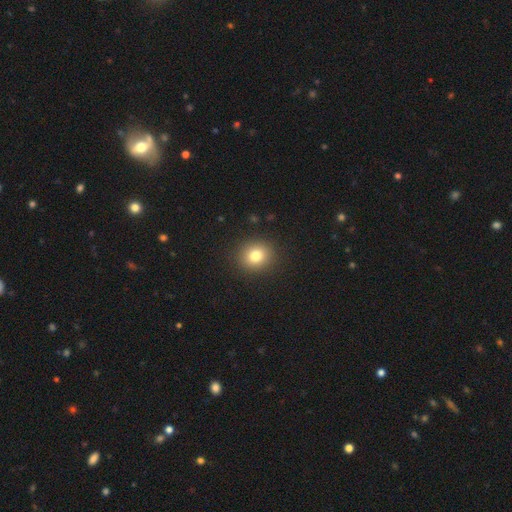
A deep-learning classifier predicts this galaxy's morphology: A smooth galaxy with no disk features (80%) that is round (80%). Merging: none (90%).